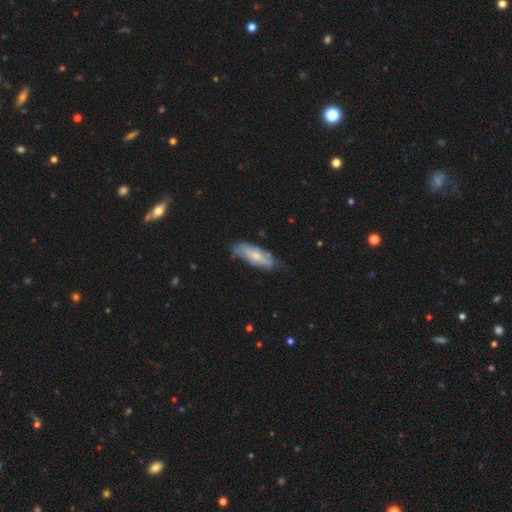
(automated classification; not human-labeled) This is possibly a smooth galaxy (54%). How rounded: likely in between (60%). Merging: likely none (60%).